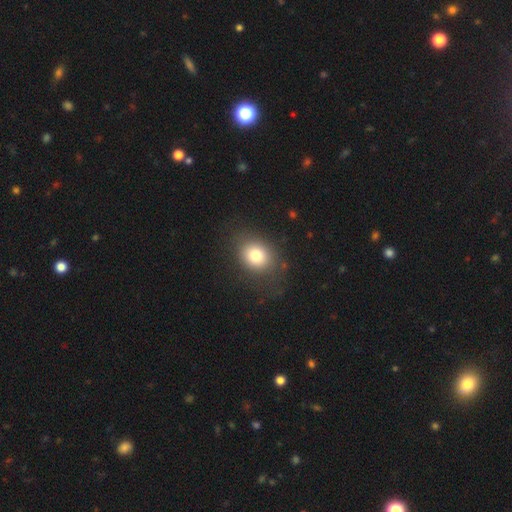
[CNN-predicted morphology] smooth 78%, star or artifact 11%, featured or disk 11%. Down the decision tree: how rounded — round (55%); merging — none (79%).